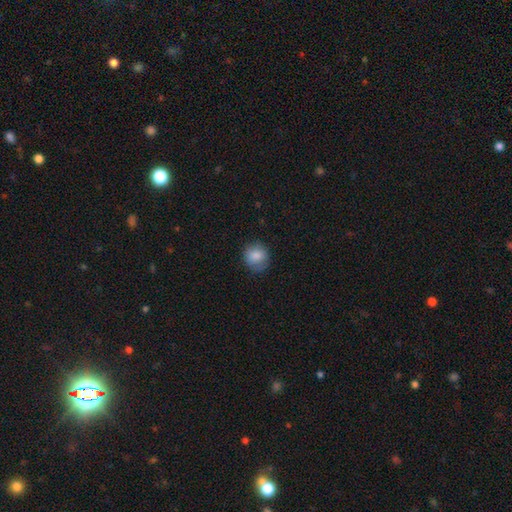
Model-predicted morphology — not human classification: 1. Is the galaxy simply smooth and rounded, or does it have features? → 83% smooth, 8% featured or disk, 8% star or artifact.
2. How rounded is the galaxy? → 83% round, 16% in between, 1% cigar-shaped.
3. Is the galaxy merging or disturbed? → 75% none, 19% minor disturbance, 6% major disturbance, 1% merger.